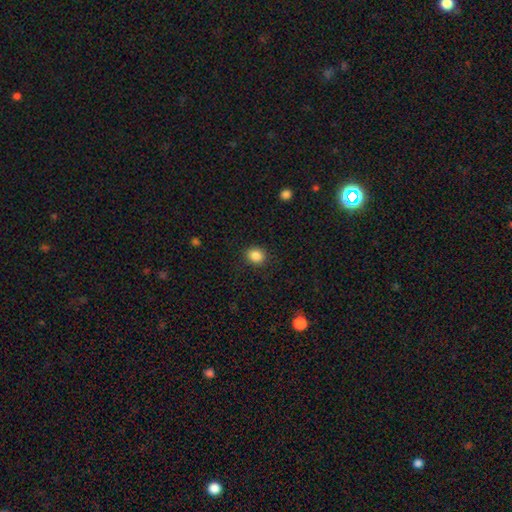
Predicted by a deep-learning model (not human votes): A smooth galaxy with no disk features (87%) that is round (63%). Merging: none (88%).